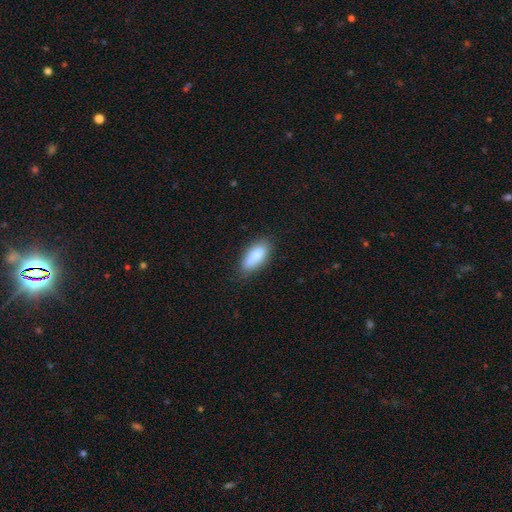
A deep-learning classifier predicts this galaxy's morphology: Smooth or featured: smooth — 85% (featured or disk — 9%)
How rounded: in between — 81% (cigar-shaped — 17%)
Merging: none — 78% (minor disturbance — 18%)